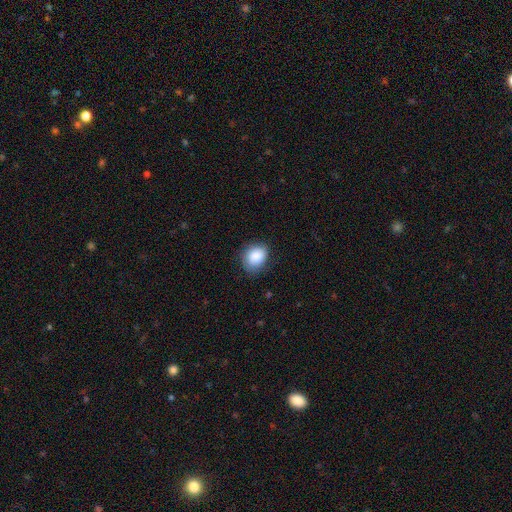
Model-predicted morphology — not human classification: smooth 85%, featured or disk 8%, star or artifact 7%. Down the decision tree: how rounded — round (52%); merging — none (75%).